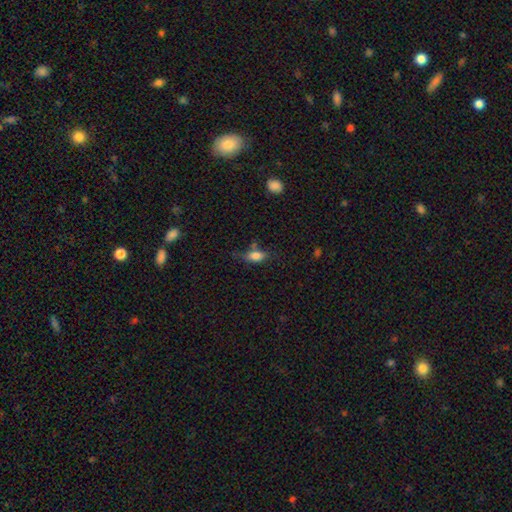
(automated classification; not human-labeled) Smooth or featured? Predicted: smooth (p=0.76). How rounded? Predicted: in between (p=0.81). Merging? Predicted: none (p=0.54).